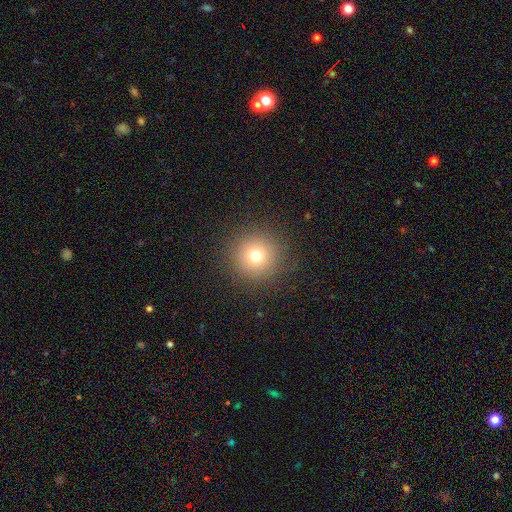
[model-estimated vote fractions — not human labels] This is likely a smooth galaxy (73%). How rounded: clearly round (95%). Merging: clearly none (90%).